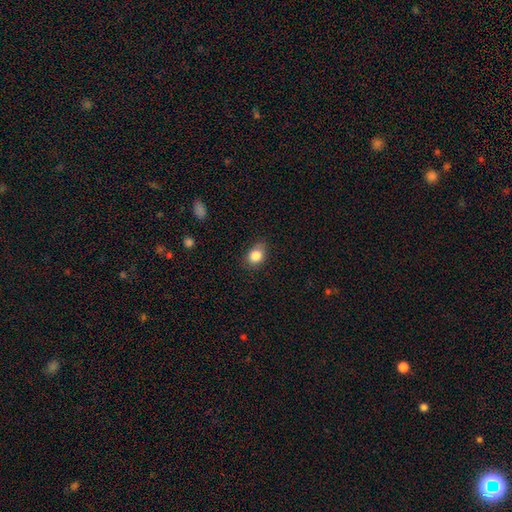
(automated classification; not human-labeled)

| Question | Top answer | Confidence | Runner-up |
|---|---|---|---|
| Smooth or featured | smooth | 84% | star or artifact (10%) |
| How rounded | in between | 55% | round (44%) |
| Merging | none | 74% | minor disturbance (21%) |